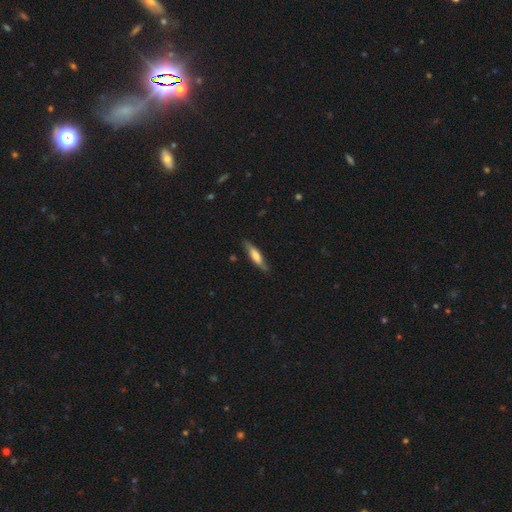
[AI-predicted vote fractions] Smooth or featured? smooth (59%)
How rounded? cigar-shaped (74%)
Merging? none (80%)